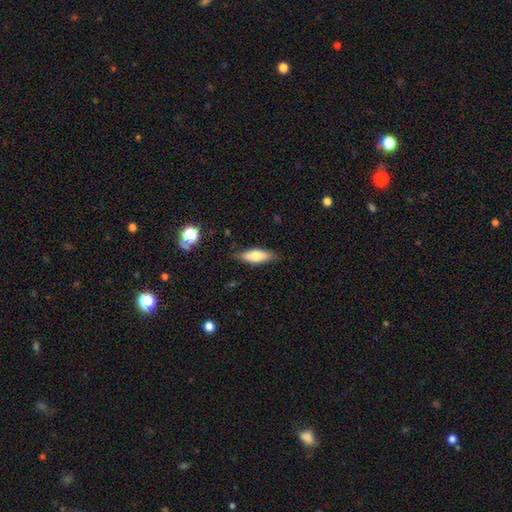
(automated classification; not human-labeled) Overall: smooth (70%). How rounded: in between (58%; cigar-shaped 40%). Merging: none (81%).